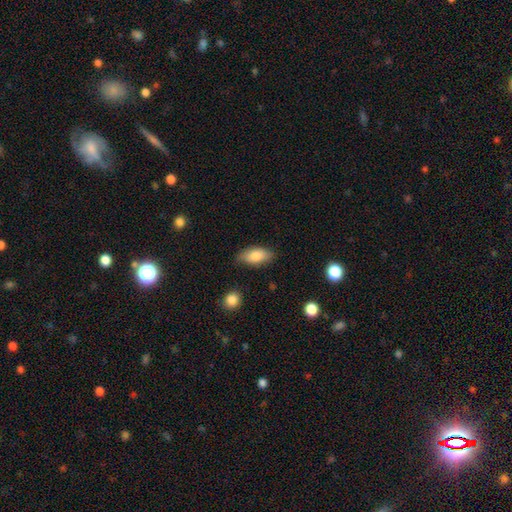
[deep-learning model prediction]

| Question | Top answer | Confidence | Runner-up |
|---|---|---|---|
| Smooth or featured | smooth | 81% | featured or disk (12%) |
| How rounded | in between | 91% | cigar-shaped (6%) |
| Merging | none | 78% | minor disturbance (17%) |